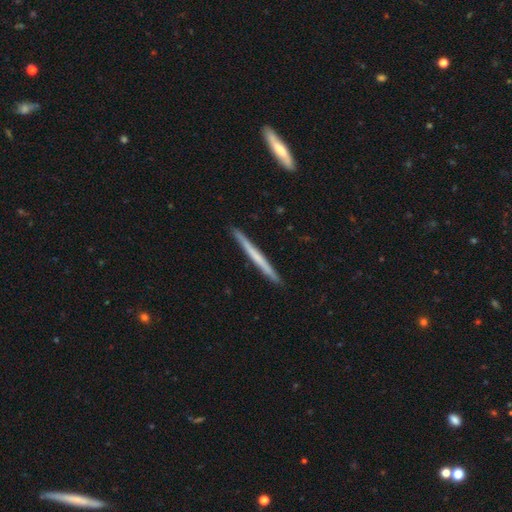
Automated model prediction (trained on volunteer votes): Q: Smooth or featured?
A: featured or disk (47%); tied with: smooth (47%)
Q: Merging?
A: none (92%); runner-up: minor disturbance (6%)